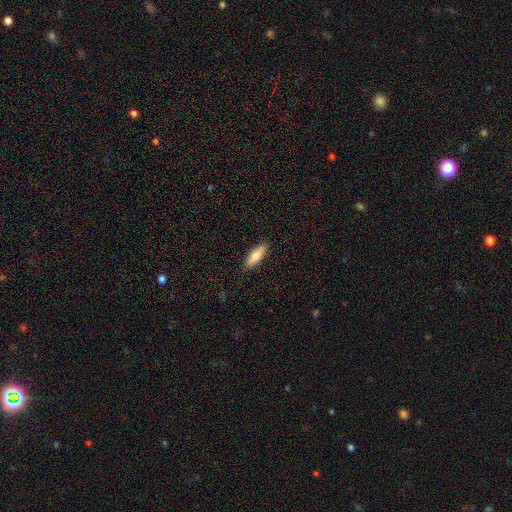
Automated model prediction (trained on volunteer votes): Q: Smooth or featured?
A: smooth (72%); runner-up: featured or disk (22%)
Q: How rounded?
A: in between (58%); runner-up: cigar-shaped (40%)
Q: Merging?
A: none (88%); runner-up: minor disturbance (9%)